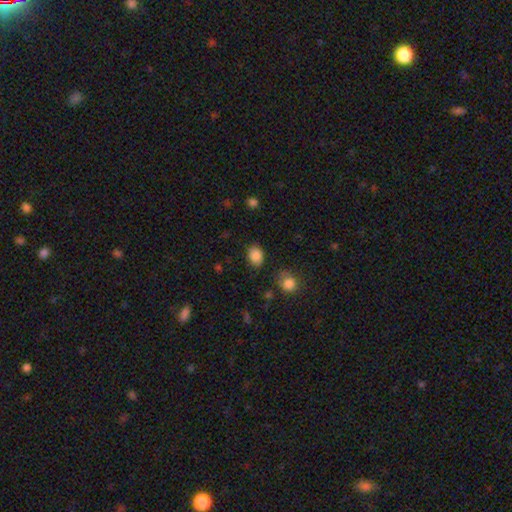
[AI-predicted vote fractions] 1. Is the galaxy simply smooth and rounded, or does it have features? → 86% smooth, 9% star or artifact, 4% featured or disk.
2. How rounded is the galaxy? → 60% in between, 39% round, 1% cigar-shaped.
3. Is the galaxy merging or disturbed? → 79% none, 15% minor disturbance, 4% major disturbance, 2% merger.